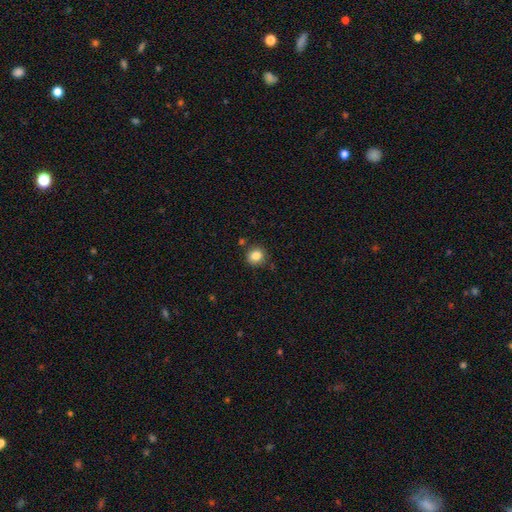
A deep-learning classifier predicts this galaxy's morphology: smooth 85%, star or artifact 10%, featured or disk 5%. Down the decision tree: how rounded — round (77%); merging — none (83%).